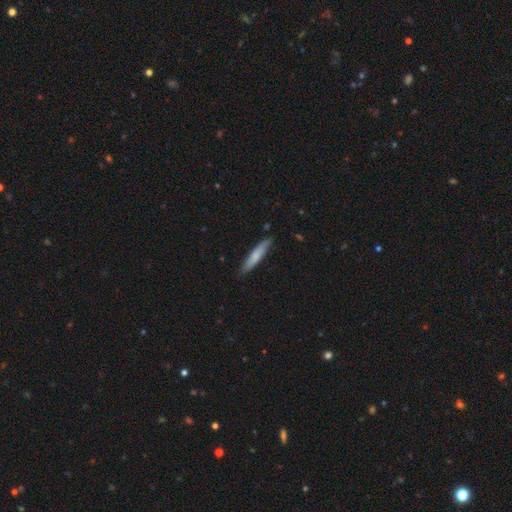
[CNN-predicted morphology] smooth 69%, featured or disk 26%, star or artifact 5%. Down the decision tree: how rounded — cigar-shaped (89%); merging — none (83%).